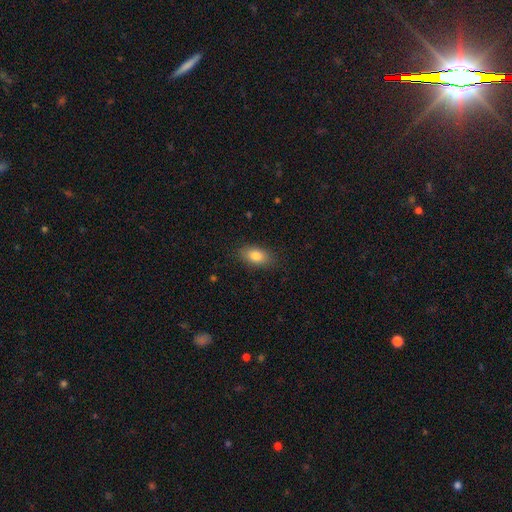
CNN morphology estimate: Q: Smooth or featured?
A: smooth (82%); runner-up: featured or disk (10%)
Q: How rounded?
A: in between (89%); runner-up: round (6%)
Q: Merging?
A: none (85%); runner-up: minor disturbance (11%)